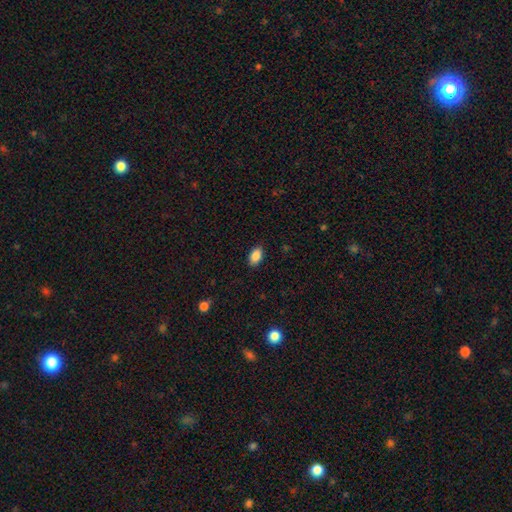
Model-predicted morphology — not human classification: Q: Smooth or featured?
A: smooth (88%); runner-up: star or artifact (8%)
Q: How rounded?
A: in between (92%); runner-up: round (6%)
Q: Merging?
A: none (88%); runner-up: minor disturbance (9%)